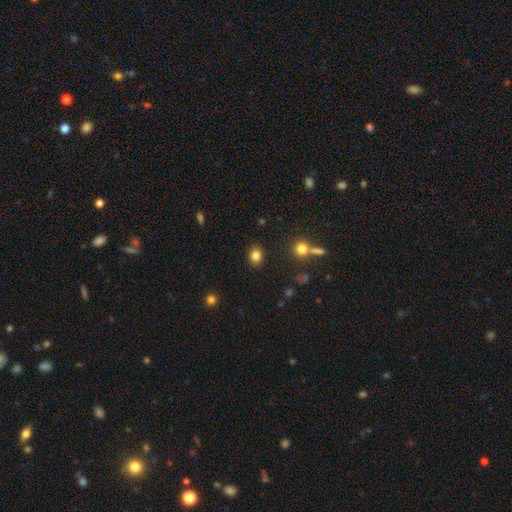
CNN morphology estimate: Overall: smooth (83%). How rounded: round (58%; in between 41%). Merging: none (88%).